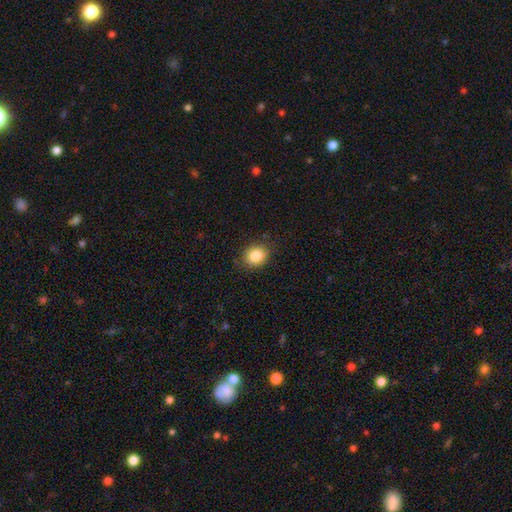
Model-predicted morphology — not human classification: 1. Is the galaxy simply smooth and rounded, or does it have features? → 85% smooth, 9% star or artifact, 6% featured or disk.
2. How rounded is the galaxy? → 63% round, 36% in between, 1% cigar-shaped.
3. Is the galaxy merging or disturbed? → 84% none, 12% minor disturbance, 3% major disturbance, 1% merger.